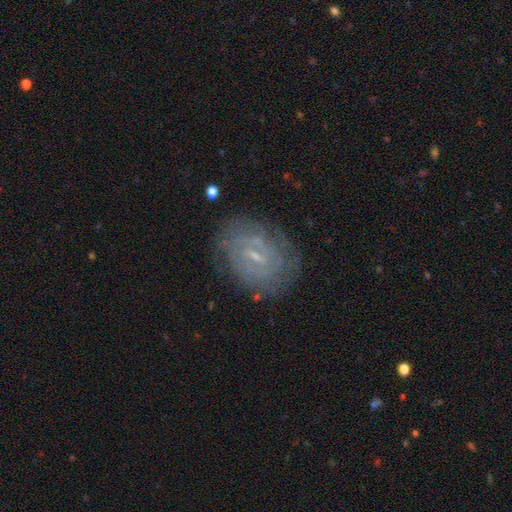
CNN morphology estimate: A featured or disk galaxy (78%) with a weak bar (58%), tight (69%) spiral arms (90%) and a small central bulge (74%). Merging: none (80%).